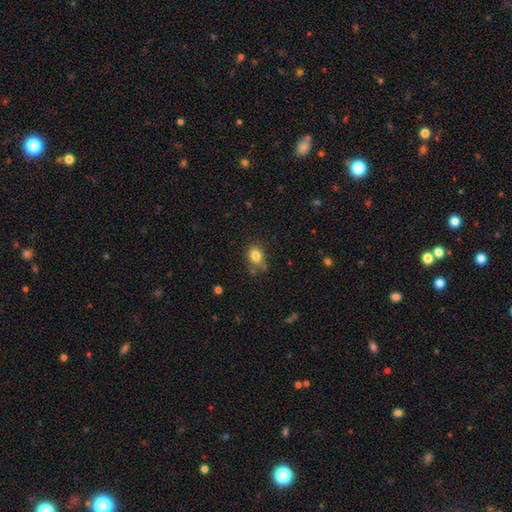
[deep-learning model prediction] smooth-or-featured: smooth: 82% | star or artifact: 11% | featured or disk: 7%
  how-rounded: in between: 63% | round: 36% | cigar-shaped: 1%
  merging: none: 65% | minor disturbance: 22% | merger: 7% | major disturbance: 6%